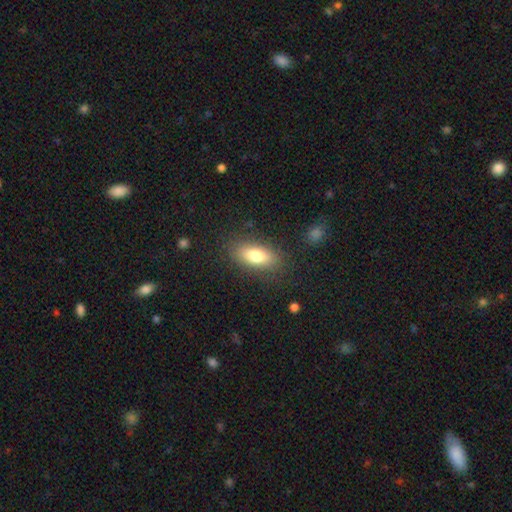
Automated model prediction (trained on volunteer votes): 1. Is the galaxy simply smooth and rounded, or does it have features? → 78% smooth, 15% featured or disk, 7% star or artifact.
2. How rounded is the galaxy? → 83% in between, 13% cigar-shaped, 4% round.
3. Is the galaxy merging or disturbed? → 84% none, 11% minor disturbance, 4% major disturbance, 1% merger.